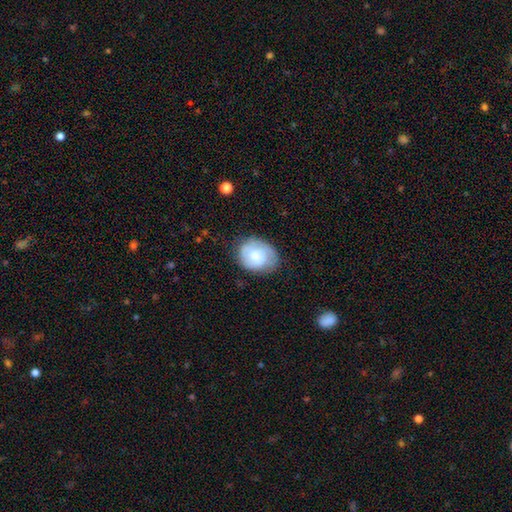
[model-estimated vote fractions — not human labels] The model was most divided on "how rounded": in between: 51%, round: 48%, cigar-shaped: 1%. More confident: merging — none (66%); smooth or featured — smooth (57%).